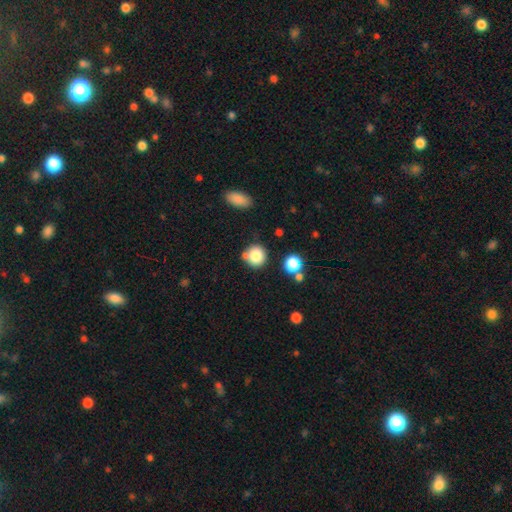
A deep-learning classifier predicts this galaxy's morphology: type=smooth (81%); roundness=round (86%); merging=none (69%).